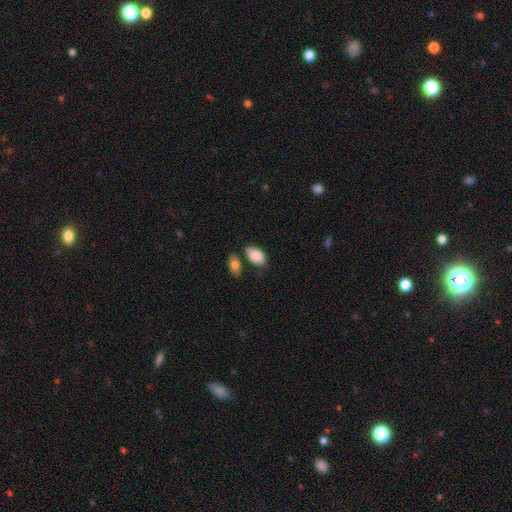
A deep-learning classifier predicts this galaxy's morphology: Smooth or featured? smooth (86%)
How rounded? in between (94%)
Merging? none (63%)